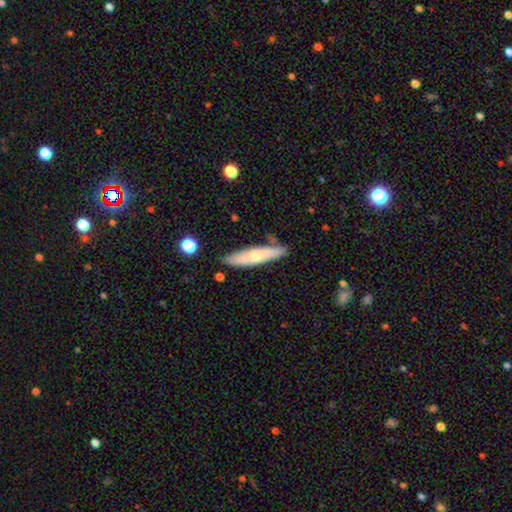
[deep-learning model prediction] This is possibly a smooth galaxy (58%). How rounded: likely cigar-shaped (79%). Merging: likely none (79%).